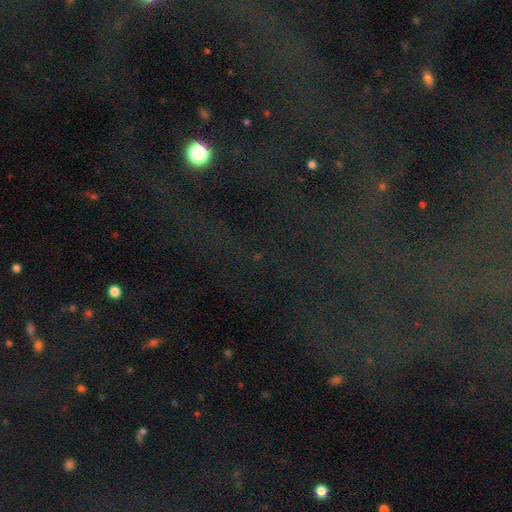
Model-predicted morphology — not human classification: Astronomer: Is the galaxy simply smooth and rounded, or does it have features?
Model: star or artifact — 77%.